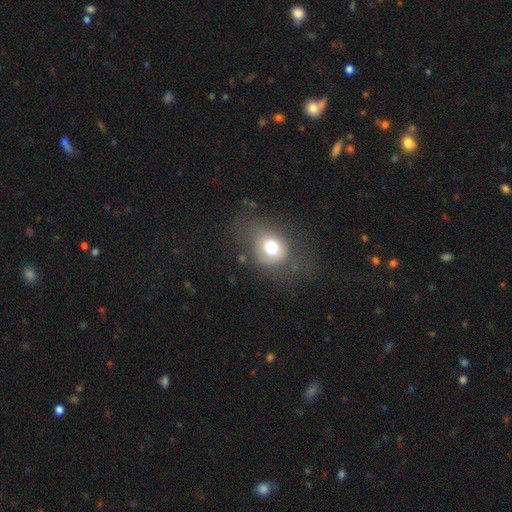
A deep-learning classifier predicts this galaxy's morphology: Smooth or featured? smooth (62%)
How rounded? in between (59%)
Merging? none (78%)